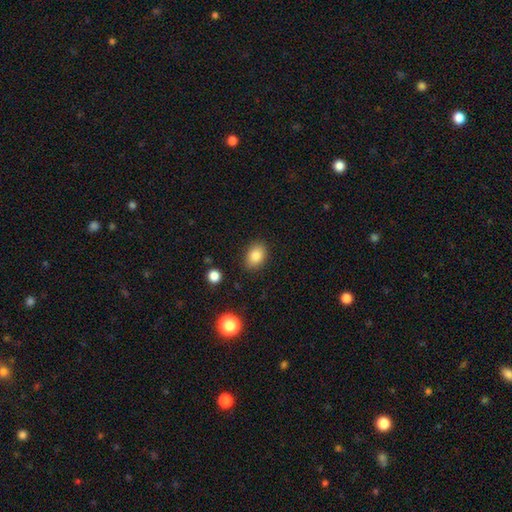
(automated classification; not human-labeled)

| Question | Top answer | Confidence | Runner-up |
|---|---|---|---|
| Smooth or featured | smooth | 84% | star or artifact (9%) |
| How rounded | in between | 76% | round (23%) |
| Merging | none | 86% | minor disturbance (10%) |